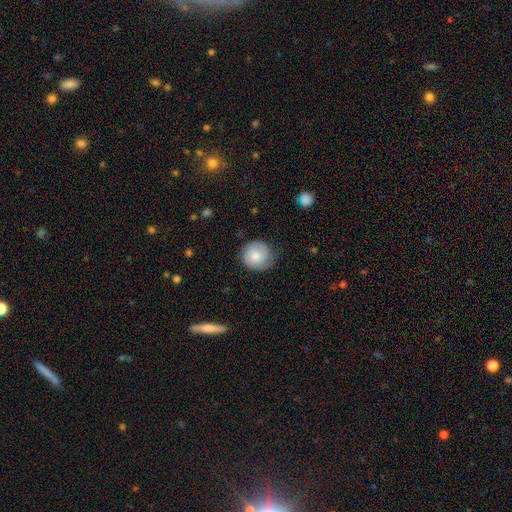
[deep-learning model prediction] A smooth galaxy with no disk features (52%) that is round (90%). Merging: none (76%).